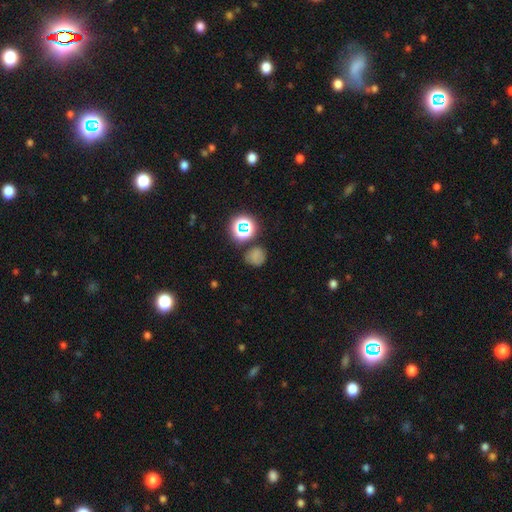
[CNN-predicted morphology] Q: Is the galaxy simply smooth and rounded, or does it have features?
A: smooth — 65%.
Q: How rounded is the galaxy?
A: round — 79%.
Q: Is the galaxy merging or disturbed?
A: none — 68%.